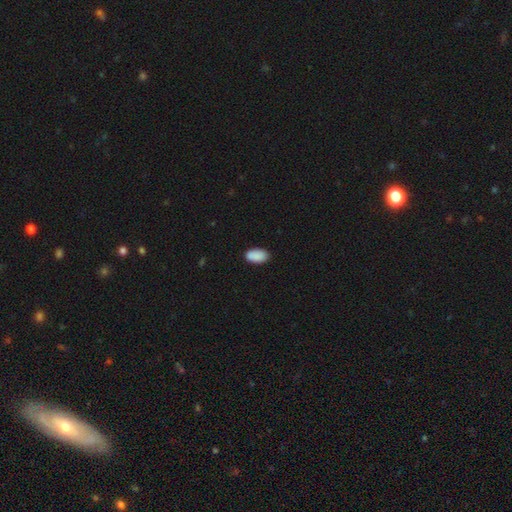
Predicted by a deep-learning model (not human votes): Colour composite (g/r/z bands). It shows a smooth galaxy with no disk features (90%) that is in between round and cigar-shaped (95%). Merging: none (85%).